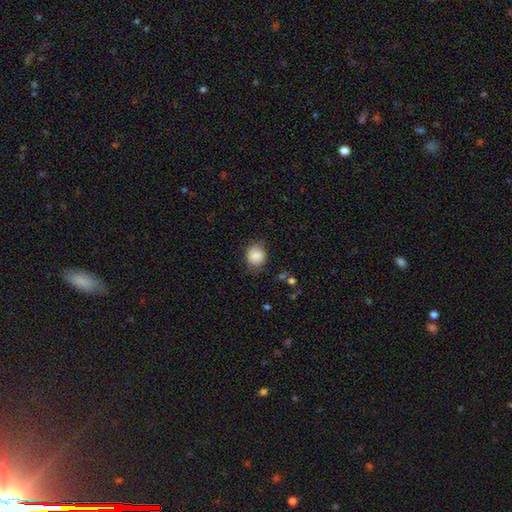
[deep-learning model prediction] smooth 86%, star or artifact 8%, featured or disk 6%. Down the decision tree: how rounded — round (74%); merging — none (74%).